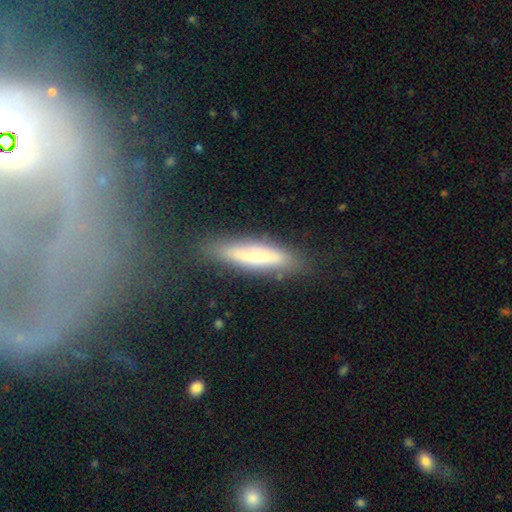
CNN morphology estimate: This is possibly a smooth galaxy (49%). Merging: clearly none (82%).